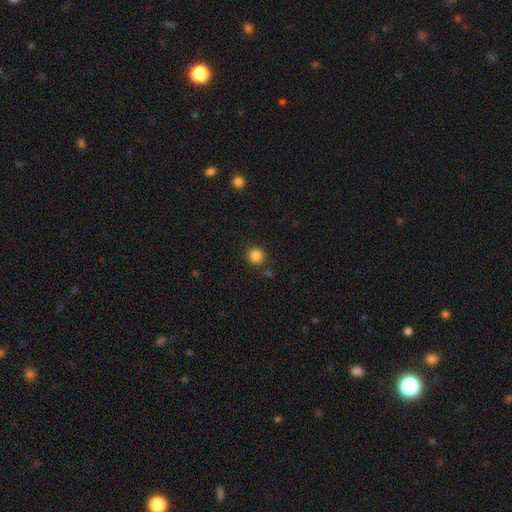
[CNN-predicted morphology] This appears to be a smooth galaxy with no disk features (86%) that is round (93%). Merging: none (87%).